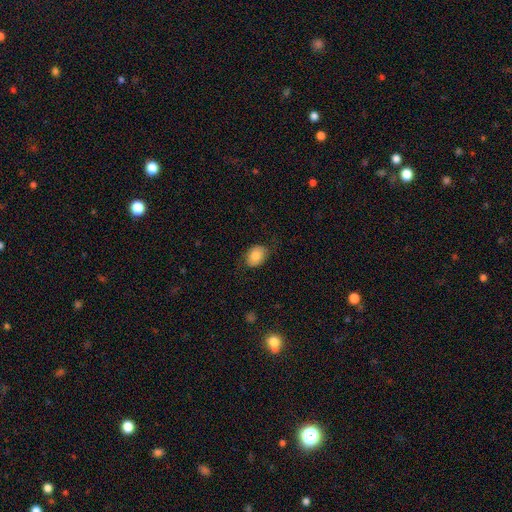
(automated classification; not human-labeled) Smooth or featured? Predicted: smooth (p=0.83). How rounded? Predicted: in between (p=0.70). Merging? Predicted: none (p=0.76).